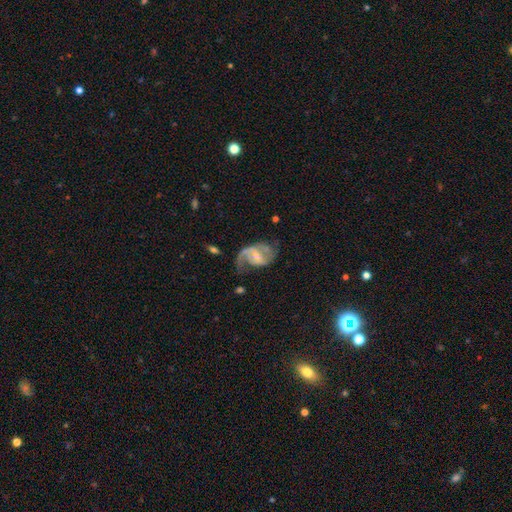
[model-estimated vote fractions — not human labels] A featured or disk galaxy (81%) with a weak bar (48%), 2 (72%) loose (43%, tied with medium) spiral arms (91%) and a small central bulge (58%).

Vote fractions:
- Smooth or featured? featured or disk: 81% / smooth: 13% / star or artifact: 5%
- Edge-on disk? no: 97% / yes: 3%
- Bar? weak: 48% / no: 31% / strong: 21%
- Spiral arms? yes: 91% / no: 9%
- Spiral winding? loose: 43% (tied) / medium: 43% (tied) / tight: 14%
- Spiral arm count? 2: 72% / 1: 17% / can't tell: 7% / 3: 2% / 4: 1% / more than 4: 1%
- Bulge size? small: 58% / moderate: 35% / none: 4% / large: 2% / dominant: 1%
- Merging? none: 47% / major disturbance: 26% / minor disturbance: 24% / merger: 3%